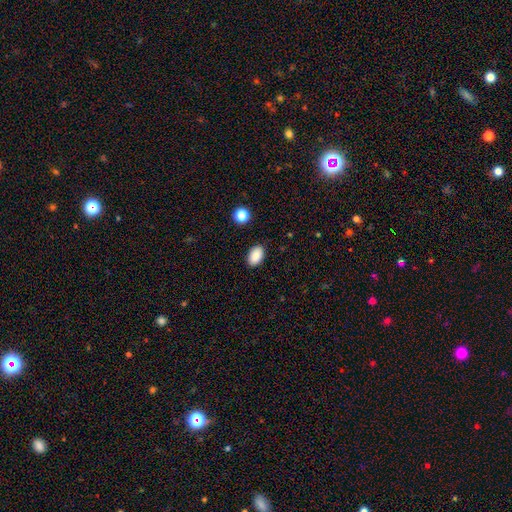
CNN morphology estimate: Q: Smooth or featured?
A: smooth (89%); runner-up: star or artifact (8%)
Q: How rounded?
A: in between (91%); runner-up: round (7%)
Q: Merging?
A: none (88%); runner-up: minor disturbance (8%)